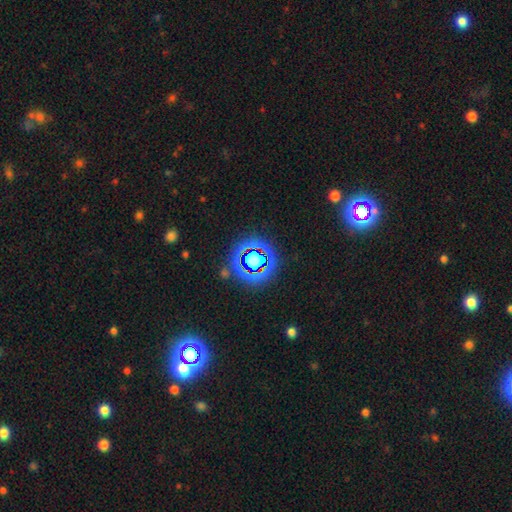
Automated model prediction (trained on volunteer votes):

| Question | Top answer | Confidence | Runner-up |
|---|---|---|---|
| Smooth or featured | star or artifact | 72% | smooth (17%) |